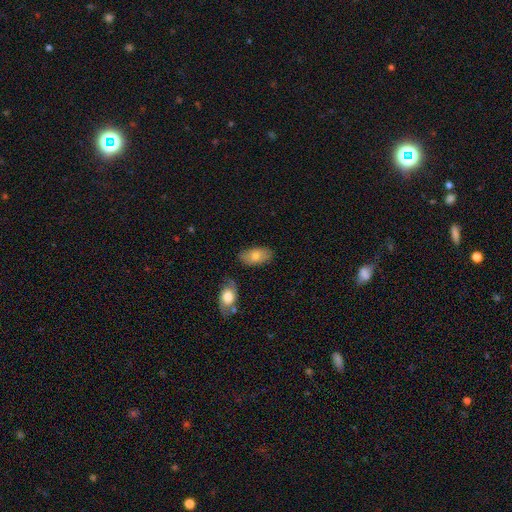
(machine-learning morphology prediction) smooth 73%, featured or disk 20%, star or artifact 7%. Down the decision tree: how rounded — in between (93%); merging — none (76%).